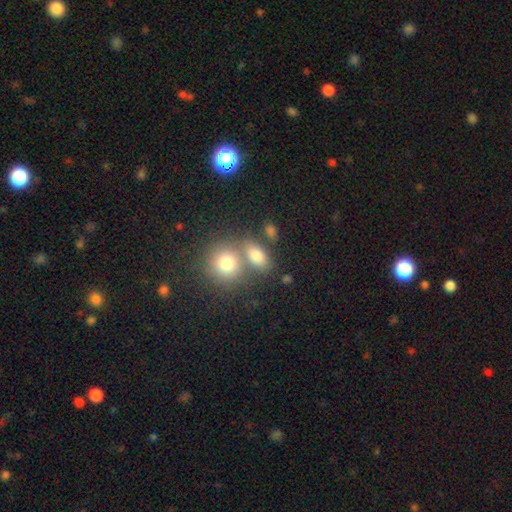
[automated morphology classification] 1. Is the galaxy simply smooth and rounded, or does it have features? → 76% smooth, 12% star or artifact, 11% featured or disk.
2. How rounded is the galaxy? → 69% in between, 27% round, 4% cigar-shaped.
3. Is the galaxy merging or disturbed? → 49% none, 37% merger, 10% minor disturbance, 4% major disturbance.